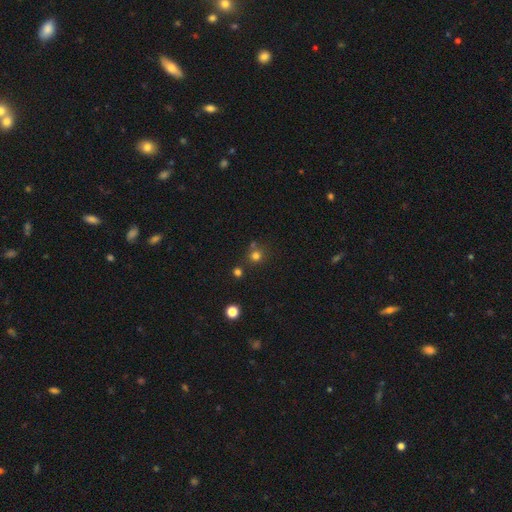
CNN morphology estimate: Smooth or featured? Predicted: smooth (p=0.74). How rounded? Predicted: round (p=0.91). Merging? Predicted: none (p=0.73).